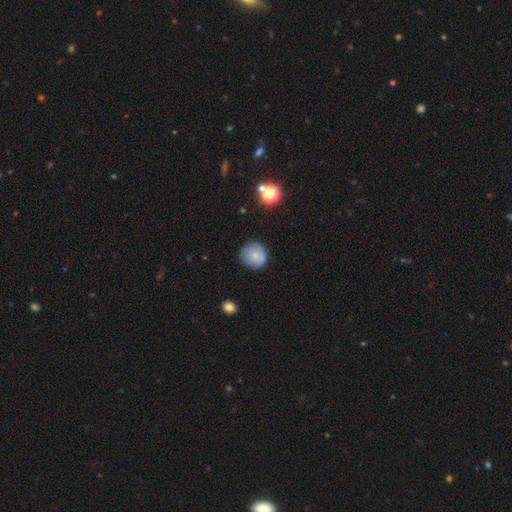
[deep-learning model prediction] Smooth or featured?
  - smooth: 77% *
  - featured or disk: 13%
  - star or artifact: 10%
How rounded?
  - round: 90% *
  - in between: 9%
  - cigar-shaped: 1%
Merging?
  - none: 75% *
  - minor disturbance: 15%
  - merger: 6%
  - major disturbance: 4%